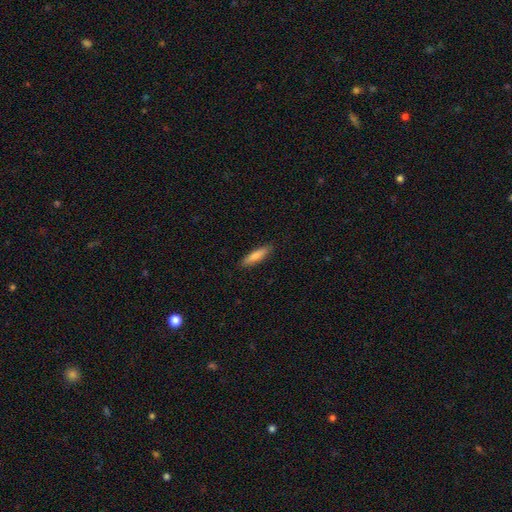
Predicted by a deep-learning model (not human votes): This appears to be a smooth galaxy with no disk features (83%) that is cigar-shaped (70%). Merging: none (87%).